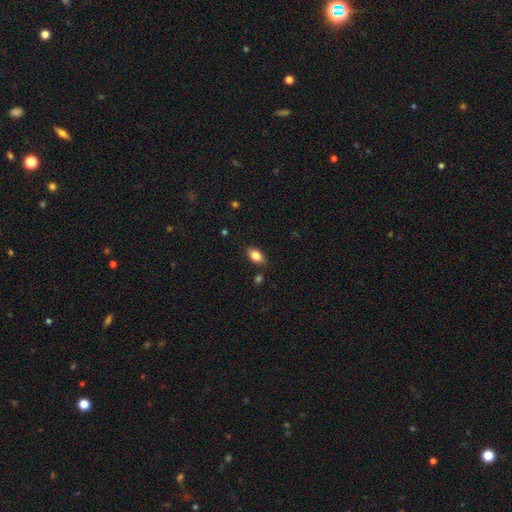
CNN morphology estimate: This appears to be a smooth galaxy with no disk features (83%) that is in between round and cigar-shaped (87%). Merging: none (84%).